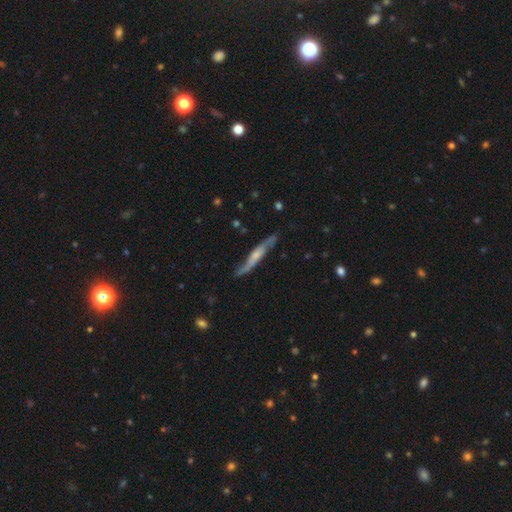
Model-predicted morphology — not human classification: The model was most divided on "edge-on disk": yes: 60%, no: 40%. More confident: merging — none (73%); smooth or featured — featured or disk (71%).